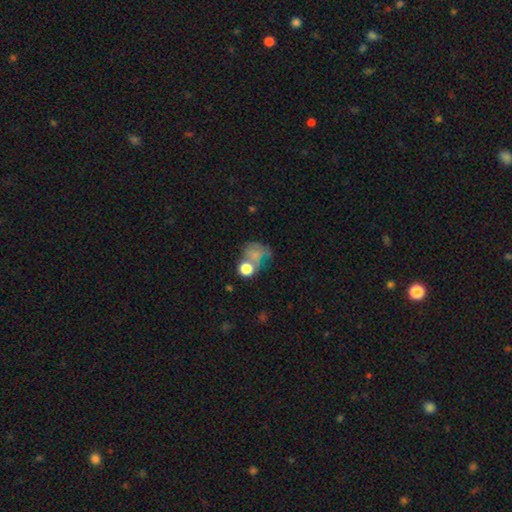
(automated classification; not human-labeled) Smooth or featured? Predicted: smooth (p=0.62). How rounded? Predicted: round (p=0.62). Merging? Predicted: none (p=0.29, tied with merger).